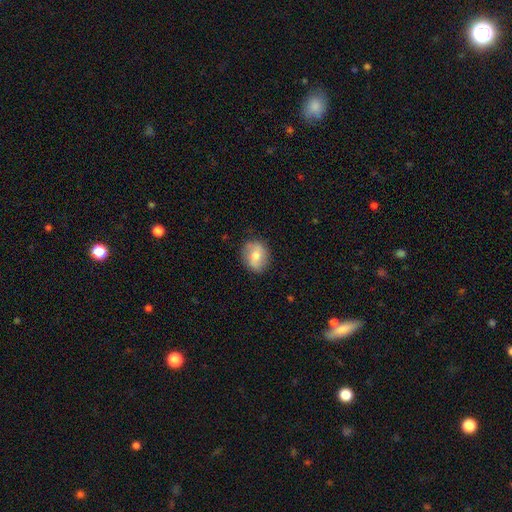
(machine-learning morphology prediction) type=smooth (56%); roundness=round (57%); merging=none (80%).